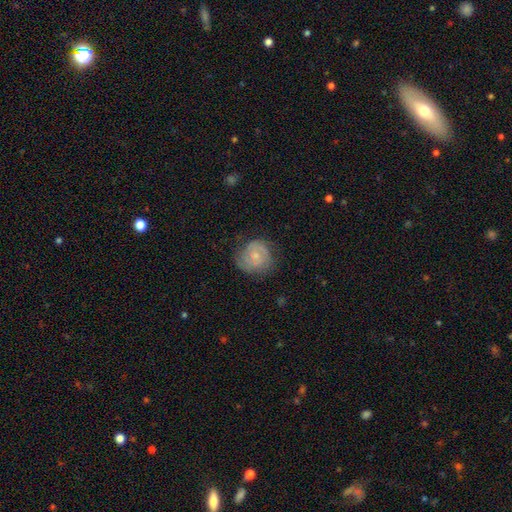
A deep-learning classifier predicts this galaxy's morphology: smooth_or_featured: featured or disk (p=0.52) [alt: smooth p=0.41]
disk_edge_on: no (p=0.98) [alt: yes p=0.02]
bar: no (p=0.69) [alt: weak p=0.27]
has_spiral_arms: yes (p=0.82) [alt: no p=0.18]
bulge_size: small (p=0.58) [alt: moderate p=0.34]
merging: none (p=0.69) [alt: minor disturbance p=0.22]